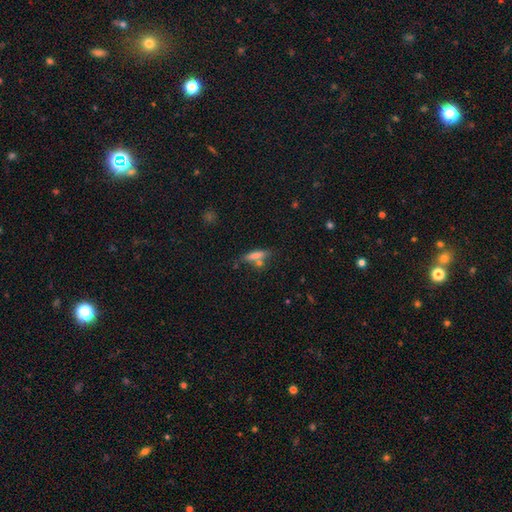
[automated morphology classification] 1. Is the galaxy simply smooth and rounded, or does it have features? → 67% smooth, 24% featured or disk, 9% star or artifact.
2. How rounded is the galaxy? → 73% cigar-shaped, 24% in between, 3% round.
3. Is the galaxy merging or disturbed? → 63% none, 17% merger, 15% minor disturbance, 5% major disturbance.